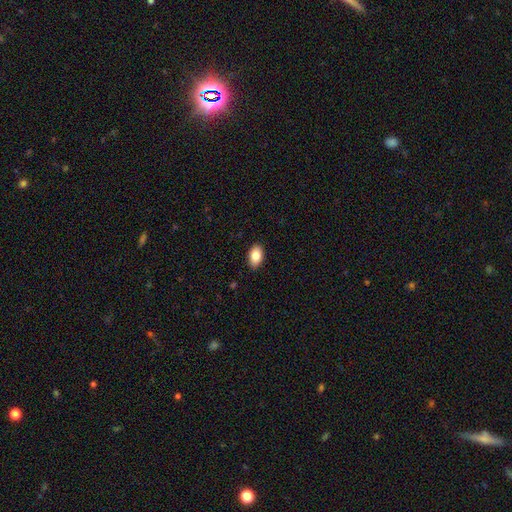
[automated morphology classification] Q: Smooth or featured?
A: smooth (84%); runner-up: featured or disk (8%)
Q: How rounded?
A: in between (91%); runner-up: round (7%)
Q: Merging?
A: none (89%); runner-up: minor disturbance (9%)